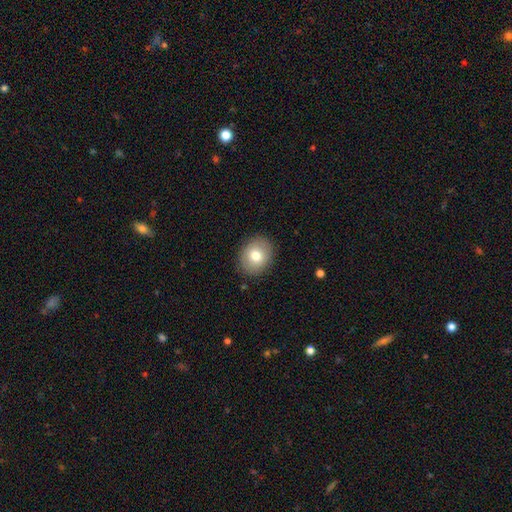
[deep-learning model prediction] Smooth or featured: smooth — 76% (featured or disk — 15%)
How rounded: round — 51% (in between — 48%)
Merging: none — 88% (minor disturbance — 9%)